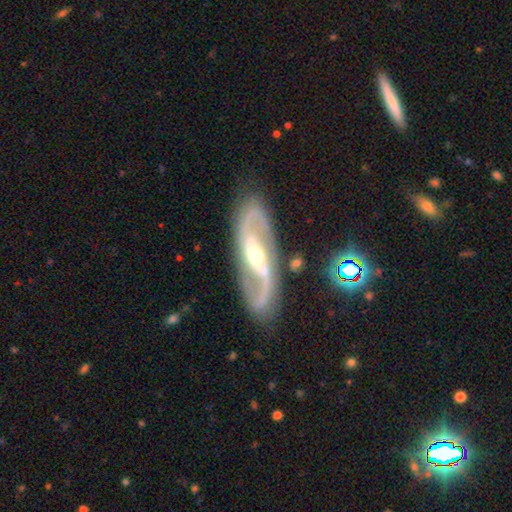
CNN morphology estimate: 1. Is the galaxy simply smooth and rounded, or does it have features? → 90% featured or disk, 5% star or artifact, 5% smooth.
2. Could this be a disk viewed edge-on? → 93% no, 7% yes.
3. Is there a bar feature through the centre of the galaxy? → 36% strong, 35% weak, 28% no.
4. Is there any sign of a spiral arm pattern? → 97% yes, 3% no.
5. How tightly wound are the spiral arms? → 51% medium, 31% loose, 18% tight.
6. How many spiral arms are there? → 93% 2, 2% can't tell, 1% 3, 1% 1, 1% 4, 1% more than 4.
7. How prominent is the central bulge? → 52% moderate, 43% small, 3% large, 1% none, 1% dominant.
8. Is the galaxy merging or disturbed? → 82% none, 12% minor disturbance, 4% major disturbance, 2% merger.